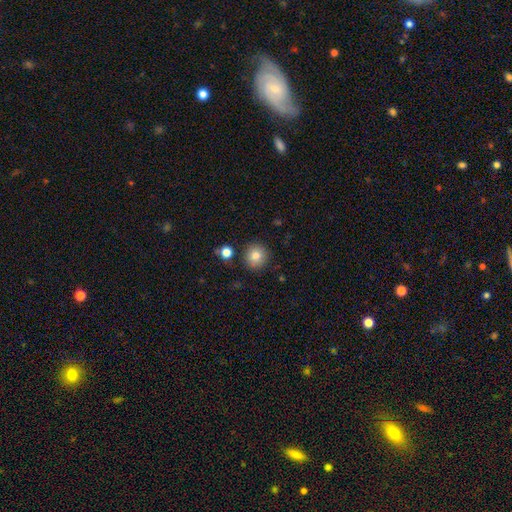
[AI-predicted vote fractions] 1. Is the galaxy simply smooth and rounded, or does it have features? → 81% smooth, 10% star or artifact, 9% featured or disk.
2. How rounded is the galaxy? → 93% round, 6% in between, 1% cigar-shaped.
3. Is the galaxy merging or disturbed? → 87% none, 7% minor disturbance, 3% merger, 2% major disturbance.